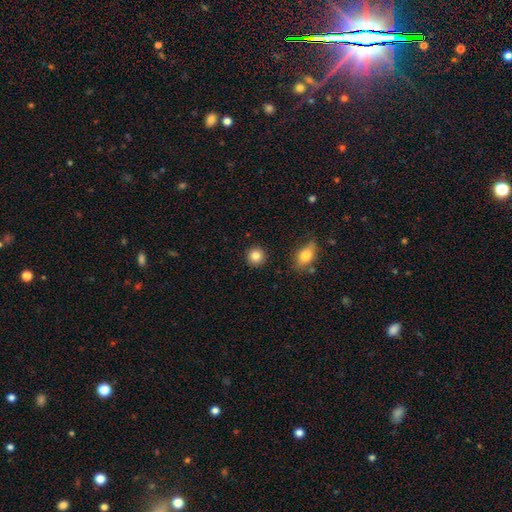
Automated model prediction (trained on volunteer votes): Smooth or featured? Predicted: smooth (p=0.85). How rounded? Predicted: round (p=0.92). Merging? Predicted: none (p=0.91).